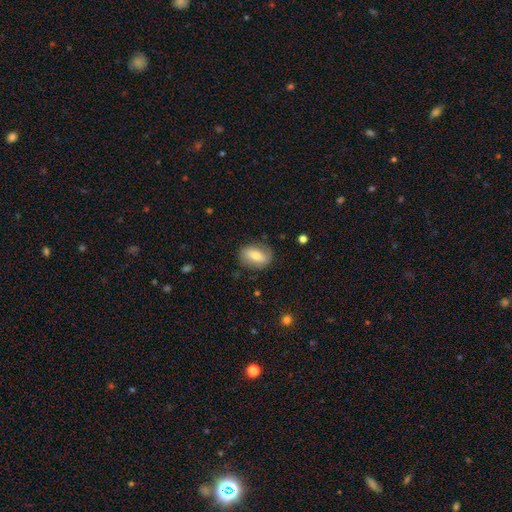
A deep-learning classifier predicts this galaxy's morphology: Overall: smooth (58%; featured or disk 34%). How rounded: in between (79%). Merging: none (75%).